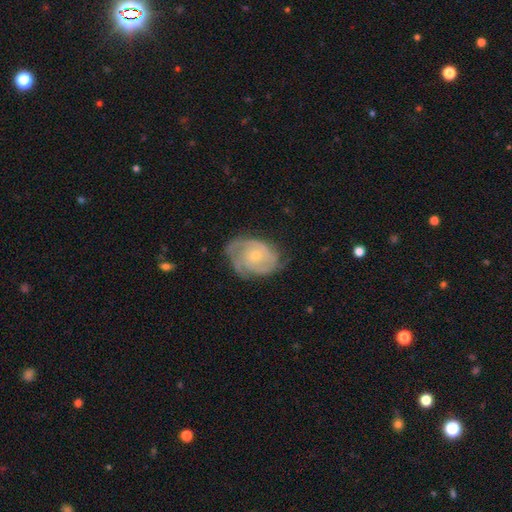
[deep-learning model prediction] Q: Smooth or featured?
A: featured or disk (83%); runner-up: smooth (12%)
Q: Edge-on disk?
A: no (97%); runner-up: yes (3%)
Q: Bar?
A: no (75%); runner-up: weak (21%)
Q: Spiral arms?
A: yes (95%); runner-up: no (5%)
Q: Spiral winding?
A: tight (60%); runner-up: medium (32%)
Q: Spiral arm count?
A: 2 (39%); runner-up: 3 (26%)
Q: Bulge size?
A: small (63%); runner-up: moderate (34%)
Q: Merging?
A: none (64%); runner-up: minor disturbance (25%)